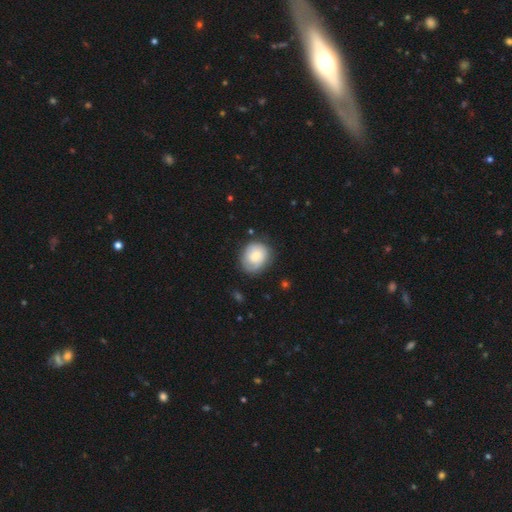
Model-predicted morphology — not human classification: smooth_or_featured: smooth (p=0.58) [alt: featured or disk p=0.35]
how_rounded: round (p=0.70) [alt: in between p=0.29]
merging: none (p=0.72) [alt: minor disturbance p=0.20]